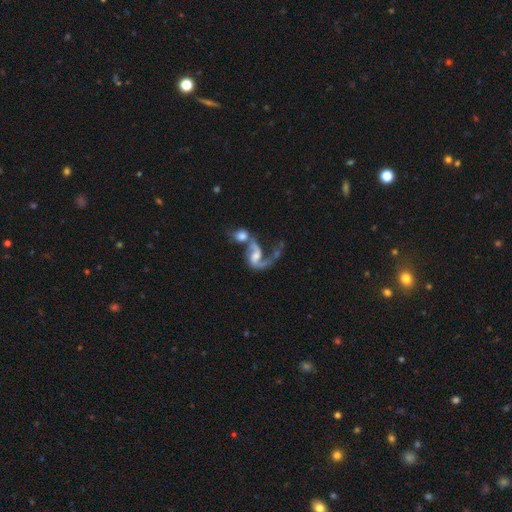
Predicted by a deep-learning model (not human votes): Smooth or featured?
  - featured or disk: 79% *
  - smooth: 14%
  - star or artifact: 7%
Edge-on disk?
  - no: 97% *
  - yes: 3%
Bar?
  - no: 43% *
  - weak: 41%
  - strong: 17%
Spiral arms?
  - yes: 91% *
  - no: 9%
Spiral winding?
  - loose: 67% *
  - medium: 26%
  - tight: 6%
Spiral arm count?
  - 2: 62% *
  - 1: 31%
  - can't tell: 4%
  - 3: 1%
  - 4: 1%
  - more than 4: 1%
Bulge size?
  - moderate: 44% *
  - small: 27%
  - large: 14%
  - none: 13%
  - dominant: 2%
Merging?
  - merger: 62% *
  - major disturbance: 16%
  - none: 15%
  - minor disturbance: 7%